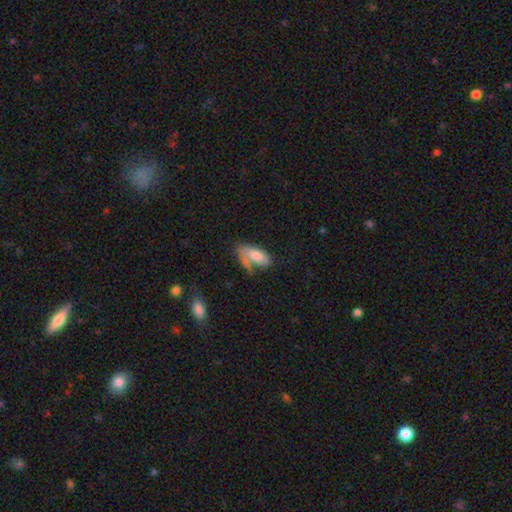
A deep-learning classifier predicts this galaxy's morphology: Q: Smooth or featured?
A: smooth (72%); runner-up: featured or disk (21%)
Q: How rounded?
A: in between (85%); runner-up: cigar-shaped (12%)
Q: Merging?
A: none (39%); runner-up: minor disturbance (22%)